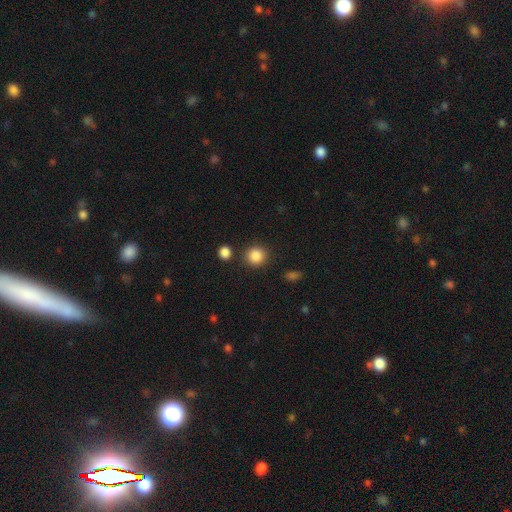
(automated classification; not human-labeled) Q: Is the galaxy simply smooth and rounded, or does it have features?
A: smooth — 87%.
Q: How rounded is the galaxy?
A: round — 91%.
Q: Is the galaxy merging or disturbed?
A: none — 85%.